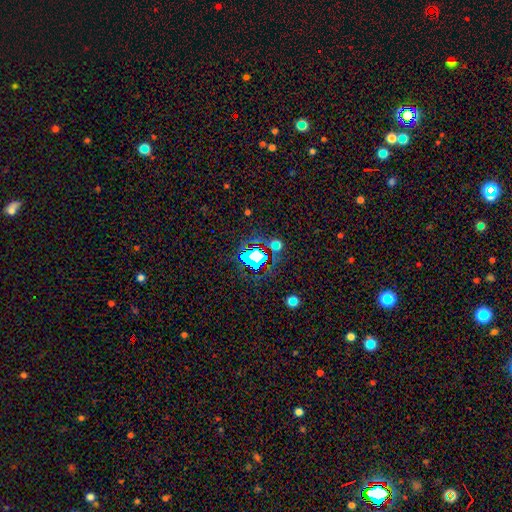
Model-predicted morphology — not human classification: smooth-or-featured: star or artifact: 63% | smooth: 24% | featured or disk: 13%